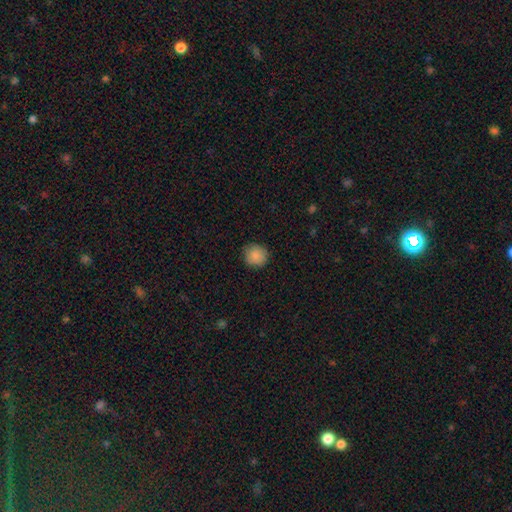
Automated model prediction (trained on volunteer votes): This appears to be a smooth galaxy with no disk features (88%) that is round (91%). Merging: none (88%).